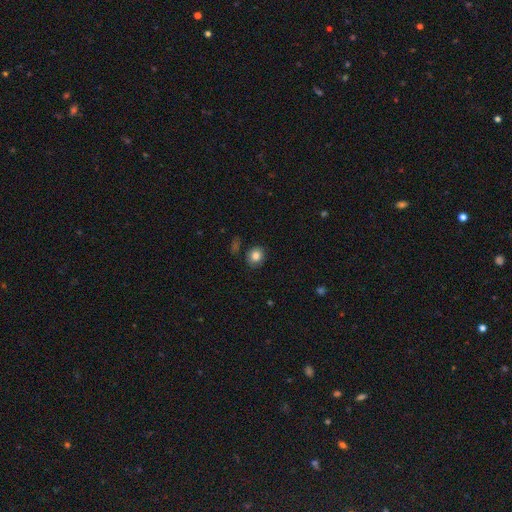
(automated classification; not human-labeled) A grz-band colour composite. It shows a smooth galaxy with no disk features (84%) that is round (70%). Merging: none (82%).